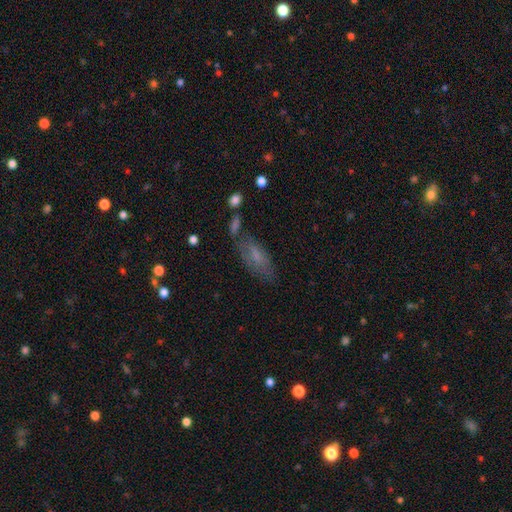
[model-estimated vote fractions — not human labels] smooth 53%, featured or disk 34%, star or artifact 12%. Down the decision tree: how rounded — in between (73%); merging — none (59%).